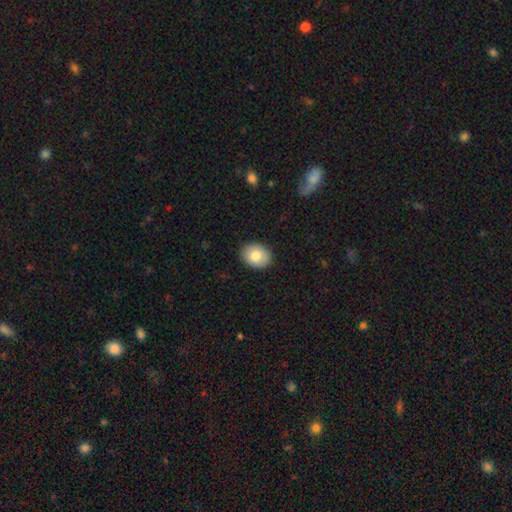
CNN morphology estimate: A smooth galaxy with no disk features (82%) that is in between round and cigar-shaped (60%).

Vote fractions:
- Smooth or featured? smooth: 82% / featured or disk: 11% / star or artifact: 7%
- How rounded? in between: 60% / round: 40% / cigar-shaped: 1%
- Merging? none: 90% / minor disturbance: 8% / major disturbance: 2% / merger: 1%